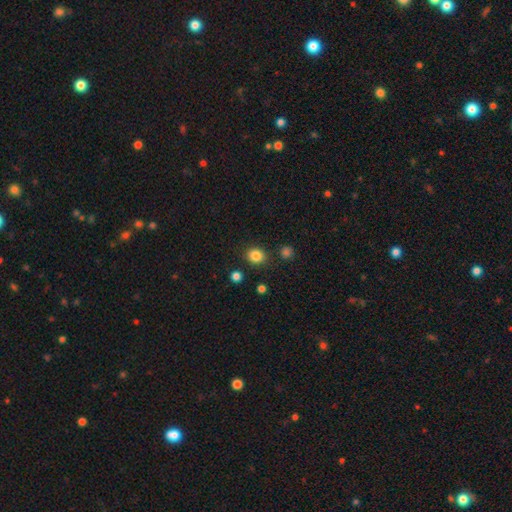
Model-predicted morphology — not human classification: smooth-or-featured: smooth: 84% | star or artifact: 12% | featured or disk: 4%
  how-rounded: round: 77% | in between: 22% | cigar-shaped: 1%
  merging: none: 86% | minor disturbance: 8% | merger: 4% | major disturbance: 3%